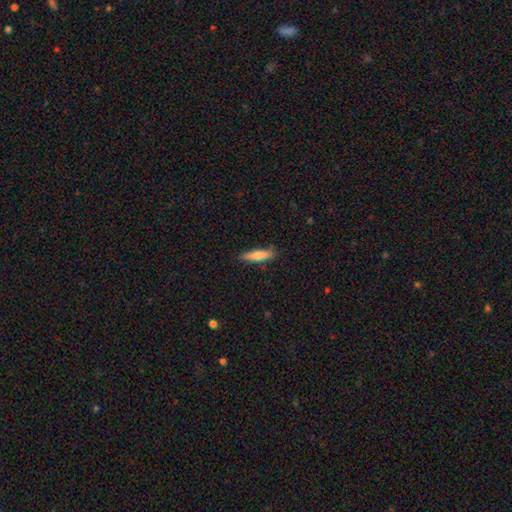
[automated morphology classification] Smooth or featured: smooth — 73% (featured or disk — 21%)
How rounded: cigar-shaped — 80% (in between — 18%)
Merging: none — 86% (minor disturbance — 10%)